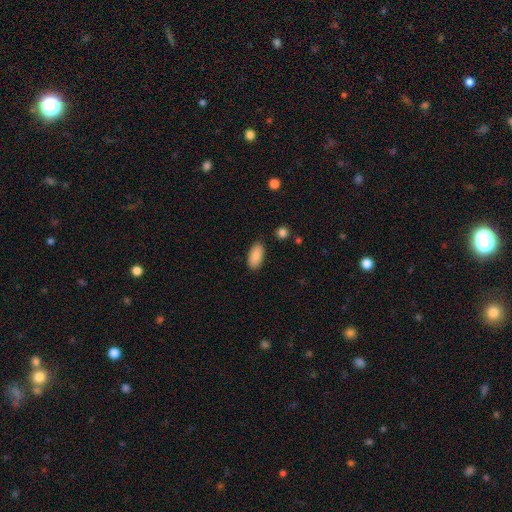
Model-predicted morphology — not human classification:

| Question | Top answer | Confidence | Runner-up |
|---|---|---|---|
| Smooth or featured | smooth | 88% | star or artifact (7%) |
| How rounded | in between | 92% | cigar-shaped (5%) |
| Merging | none | 85% | minor disturbance (11%) |